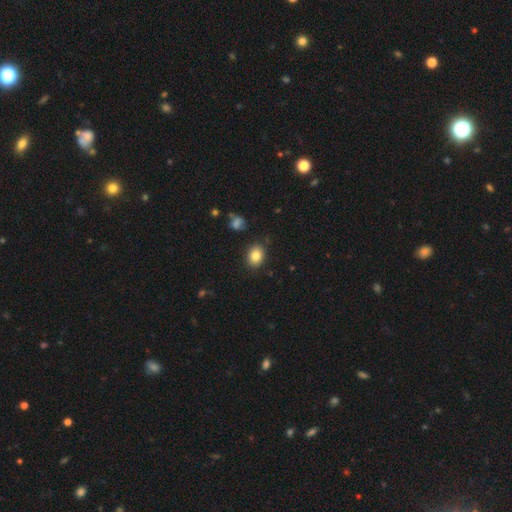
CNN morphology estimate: Smooth or featured?
  - smooth: 85% *
  - star or artifact: 9%
  - featured or disk: 6%
How rounded?
  - in between: 61% *
  - round: 38%
  - cigar-shaped: 1%
Merging?
  - none: 85% *
  - minor disturbance: 10%
  - major disturbance: 3%
  - merger: 2%